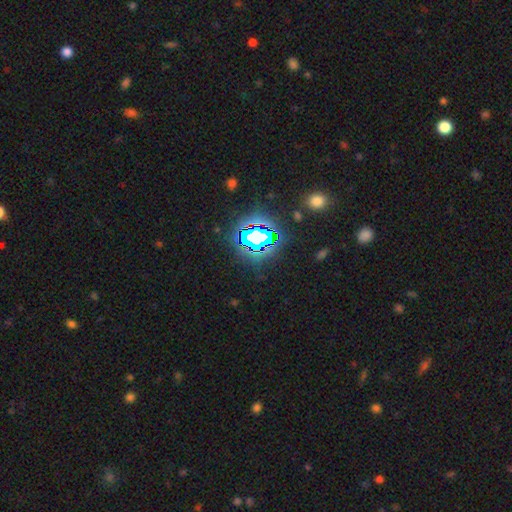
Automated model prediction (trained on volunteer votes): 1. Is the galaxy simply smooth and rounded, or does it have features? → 84% star or artifact, 10% smooth, 6% featured or disk.